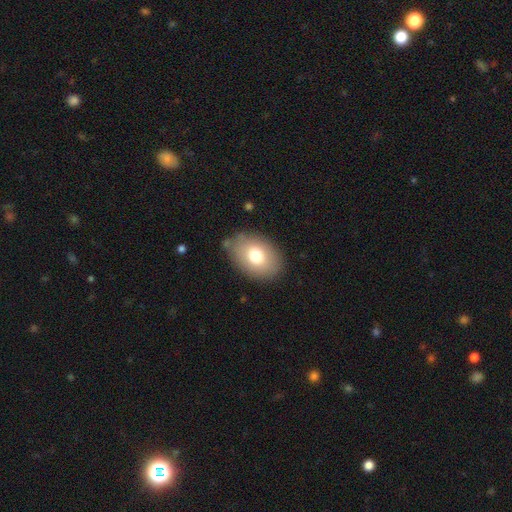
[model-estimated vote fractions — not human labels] Smooth or featured? Predicted: smooth (p=0.74). How rounded? Predicted: in between (p=0.81). Merging? Predicted: none (p=0.80).